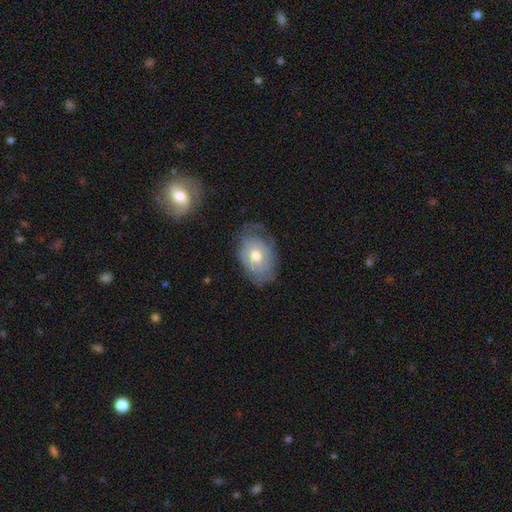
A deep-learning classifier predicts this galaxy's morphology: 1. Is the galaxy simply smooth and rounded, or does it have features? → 47% featured or disk, 46% smooth, 7% star or artifact.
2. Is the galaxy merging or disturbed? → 58% none, 29% minor disturbance, 12% major disturbance, 2% merger.